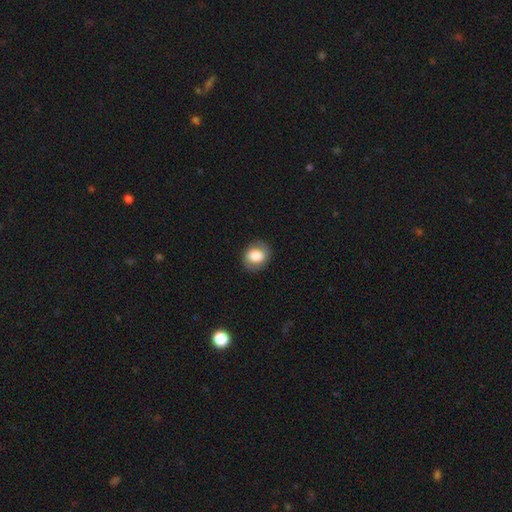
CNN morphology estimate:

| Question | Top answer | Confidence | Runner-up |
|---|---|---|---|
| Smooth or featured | smooth | 77% | featured or disk (15%) |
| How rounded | round | 63% | in between (36%) |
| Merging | none | 84% | minor disturbance (11%) |